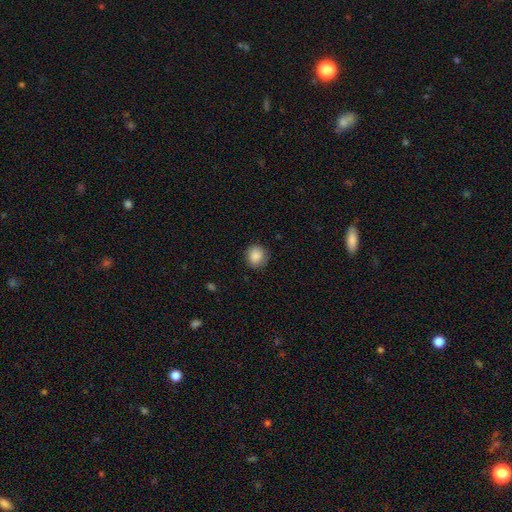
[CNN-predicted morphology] Smooth or featured: smooth — 87% (star or artifact — 9%)
How rounded: round — 82% (in between — 17%)
Merging: none — 87% (minor disturbance — 9%)